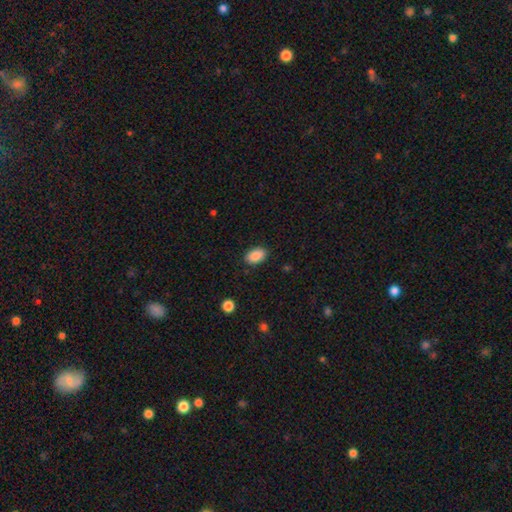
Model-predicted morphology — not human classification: Smooth or featured? smooth (89%)
How rounded? in between (92%)
Merging? none (88%)